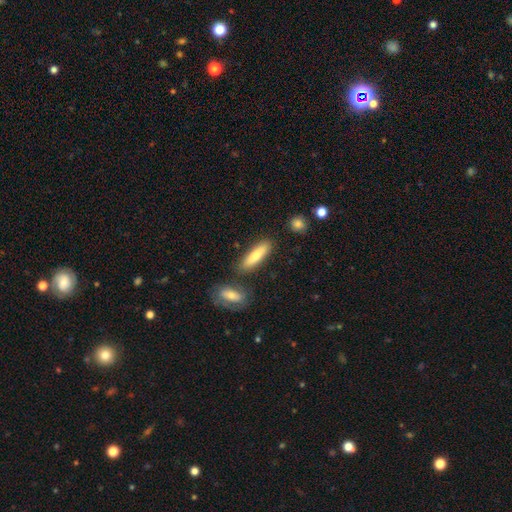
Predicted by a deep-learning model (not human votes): The model was most divided on "how rounded": cigar-shaped: 67%, in between: 31%, round: 2%. More confident: merging — none (79%); smooth or featured — smooth (75%).